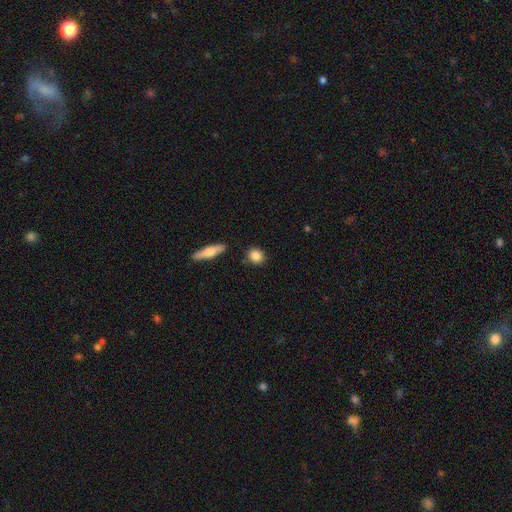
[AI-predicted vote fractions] smooth_or_featured: smooth (p=0.86) [alt: star or artifact p=0.07]
how_rounded: round (p=0.69) [alt: in between p=0.28]
merging: none (p=0.84) [alt: minor disturbance p=0.10]